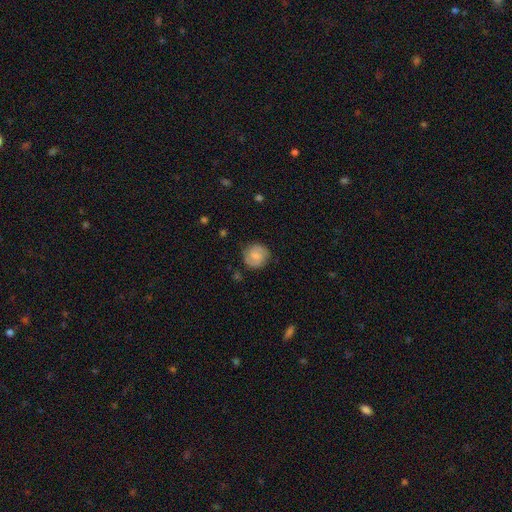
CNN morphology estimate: Q: Smooth or featured?
A: smooth (51%); runner-up: featured or disk (41%)
Q: How rounded?
A: round (88%); runner-up: in between (11%)
Q: Merging?
A: none (81%); runner-up: minor disturbance (14%)